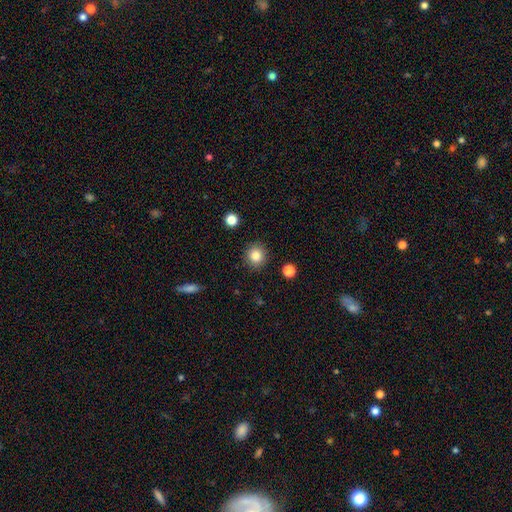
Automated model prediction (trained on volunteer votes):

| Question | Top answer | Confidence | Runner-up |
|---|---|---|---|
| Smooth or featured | smooth | 83% | star or artifact (10%) |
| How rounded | round | 91% | in between (8%) |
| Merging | none | 90% | minor disturbance (7%) |